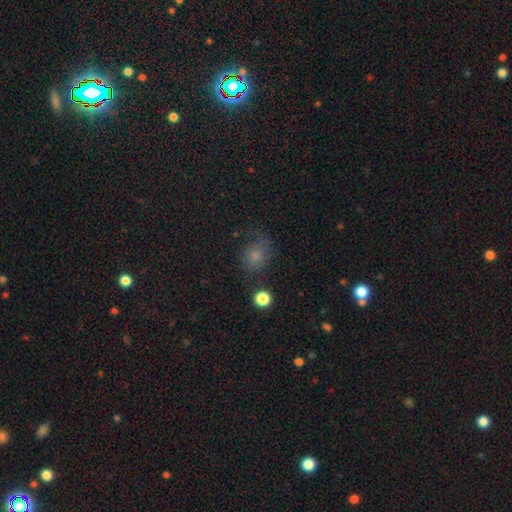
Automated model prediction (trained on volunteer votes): smooth_or_featured: smooth (p=0.65) [alt: star or artifact p=0.18]
how_rounded: round (p=0.62) [alt: in between p=0.37]
merging: none (p=0.52) [alt: minor disturbance p=0.26]